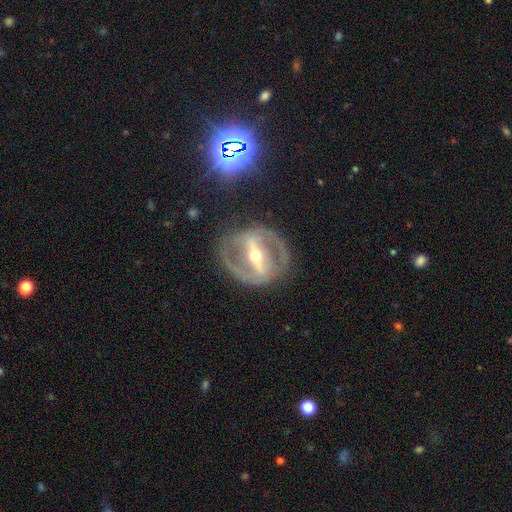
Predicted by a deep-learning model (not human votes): Smooth or featured? Predicted: featured or disk (p=0.87). Edge-on disk? Predicted: no (p=0.92). Bar? Predicted: strong (p=0.79). Spiral arms? Predicted: yes (p=0.74). Spiral winding? Predicted: medium (p=0.46). Spiral arm count? Predicted: 2 (p=0.85). Bulge size? Predicted: moderate (p=0.60). Merging? Predicted: none (p=0.79).